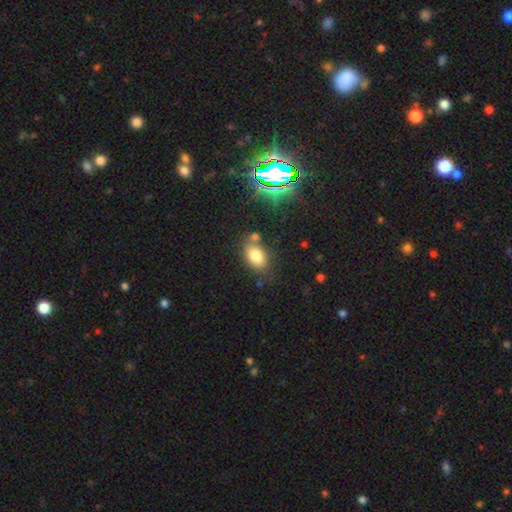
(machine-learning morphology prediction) Smooth or featured? Predicted: smooth (p=0.79). How rounded? Predicted: in between (p=0.84). Merging? Predicted: none (p=0.64).